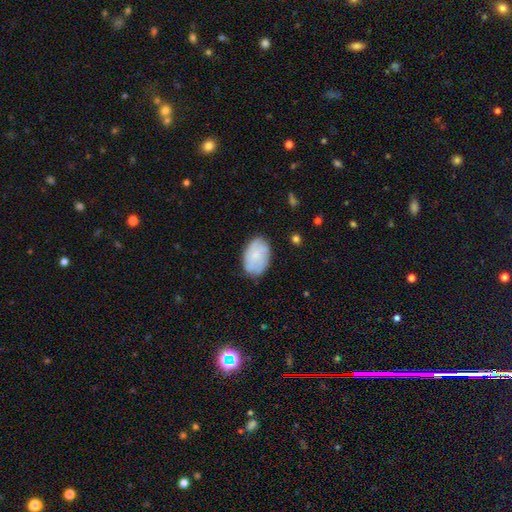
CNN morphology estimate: A smooth galaxy with no disk features (64%) that is in between round and cigar-shaped (88%).

Vote fractions:
- Smooth or featured? smooth: 64% / featured or disk: 29% / star or artifact: 7%
- How rounded? in between: 88% / round: 11% / cigar-shaped: 1%
- Merging? none: 77% / minor disturbance: 18% / major disturbance: 4% / merger: 1%